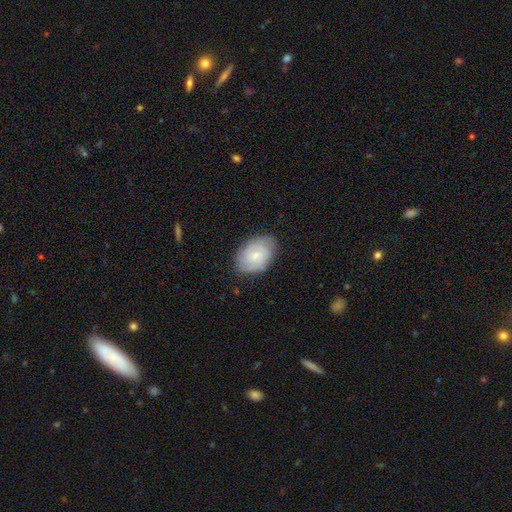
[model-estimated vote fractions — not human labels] Morphology: type=smooth (52%); roundness=in between (85%); merging=none (78%).